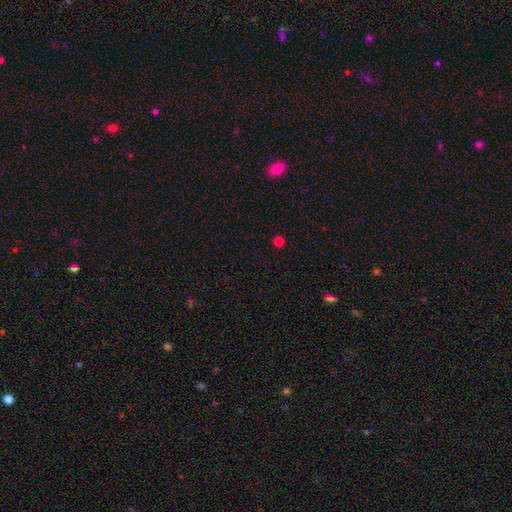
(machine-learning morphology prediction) smooth 55%, star or artifact 40%, featured or disk 5%. Down the decision tree: how rounded — round (91%); merging — none (90%).